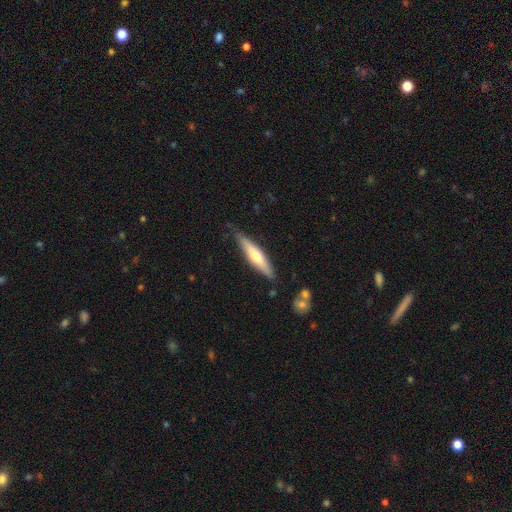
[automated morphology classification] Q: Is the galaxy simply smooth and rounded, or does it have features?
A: smooth — 48%.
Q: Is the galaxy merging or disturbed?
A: none — 81%.